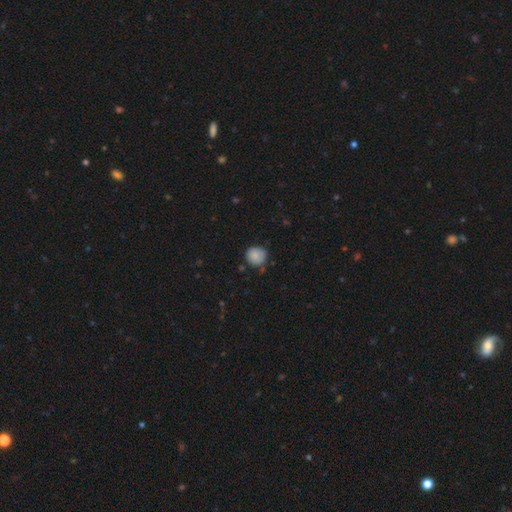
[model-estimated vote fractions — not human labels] This appears to be a smooth galaxy with no disk features (86%) that is round (89%). Merging: none (74%).